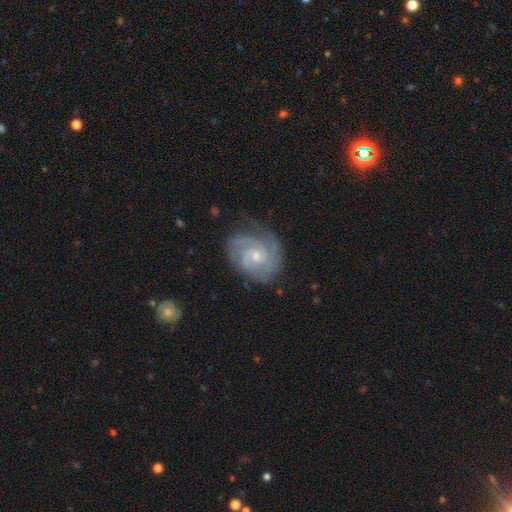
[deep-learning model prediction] smooth-or-featured: featured or disk: 87% | smooth: 7% | star or artifact: 5%
  disk-edge-on: no: 98% | yes: 2%
    bar: no: 65% | weak: 30% | strong: 4%
    has-spiral-arms: yes: 97% | no: 3%
      spiral-winding: tight: 64% | medium: 30% | loose: 5%
      spiral-arm-count: 2: 33% | 3: 32% | can't tell: 18% | 4: 7% | 1: 5% | more than 4: 5%
    bulge-size: small: 58% | moderate: 37% | none: 2% | large: 1% | dominant: 1%
  merging: none: 72% | minor disturbance: 20% | major disturbance: 7% | merger: 1%